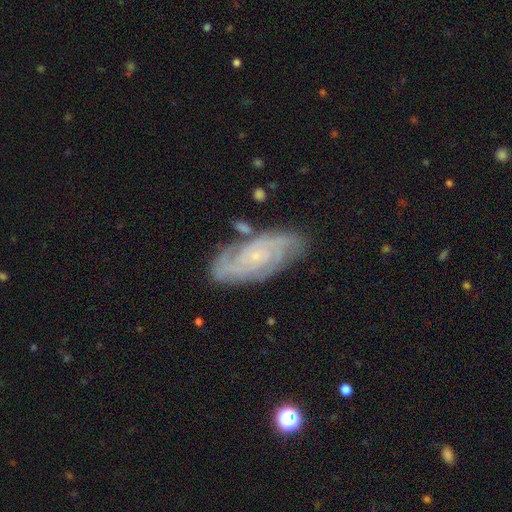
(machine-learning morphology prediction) Overall: featured or disk (82%). Edge-on disk: no (93%). Bar: no (71%). Spiral arms: yes (96%). Spiral arm count: 2 (35%; can't tell 26%). Spiral winding: tight (66%; medium 28%). Bulge size: small (82%). Merging: none (76%).